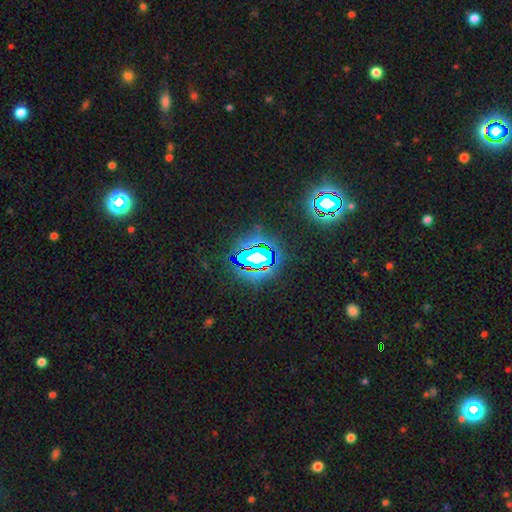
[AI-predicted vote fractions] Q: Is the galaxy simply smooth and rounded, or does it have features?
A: star or artifact — 75%.